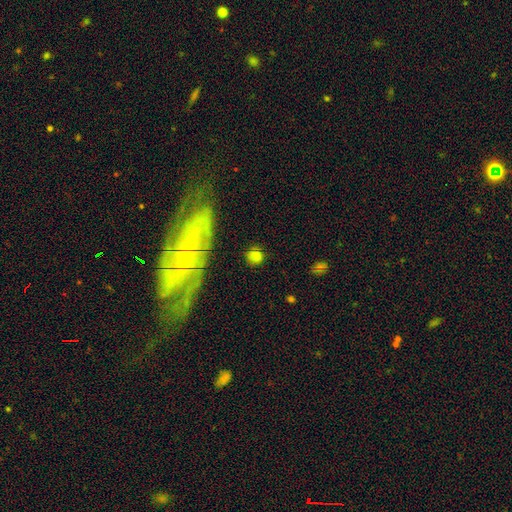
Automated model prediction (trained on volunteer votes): A smooth galaxy with no disk features (71%) that is round (82%).

Vote fractions:
- Smooth or featured? smooth: 71% / star or artifact: 15% / featured or disk: 13%
- How rounded? round: 82% / in between: 16% / cigar-shaped: 2%
- Merging? none: 75% / minor disturbance: 14% / major disturbance: 6% / merger: 5%